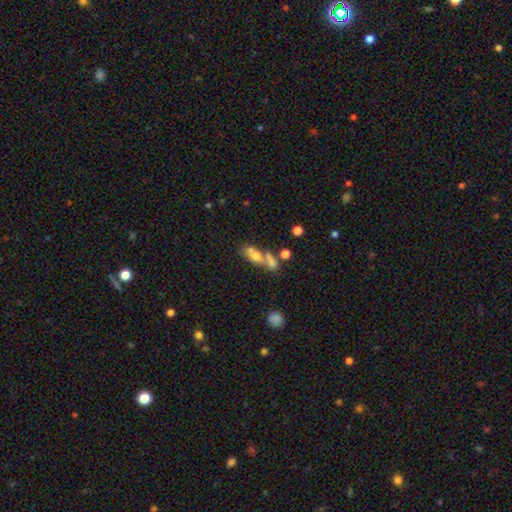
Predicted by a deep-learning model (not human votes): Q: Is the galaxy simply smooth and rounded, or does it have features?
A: smooth — 58%.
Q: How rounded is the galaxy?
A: in between — 63%.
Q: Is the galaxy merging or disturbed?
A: merger — 43%.